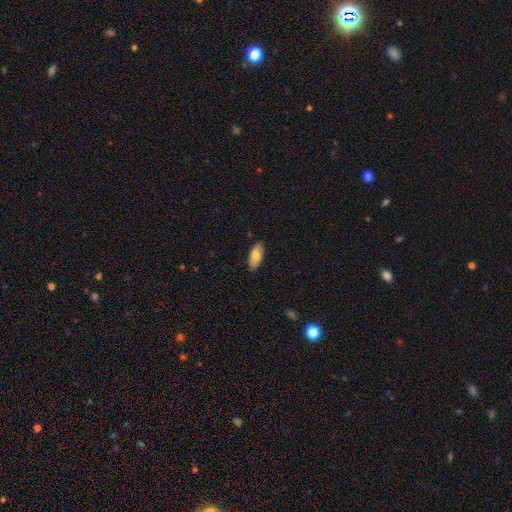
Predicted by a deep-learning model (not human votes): A smooth galaxy with no disk features (83%) that is in between round and cigar-shaped (83%). Merging: none (87%).